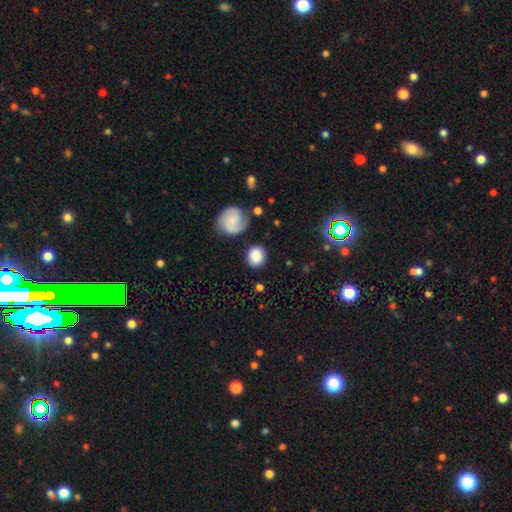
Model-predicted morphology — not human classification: smooth 82%, featured or disk 10%, star or artifact 8%. Down the decision tree: how rounded — round (72%); merging — none (79%).